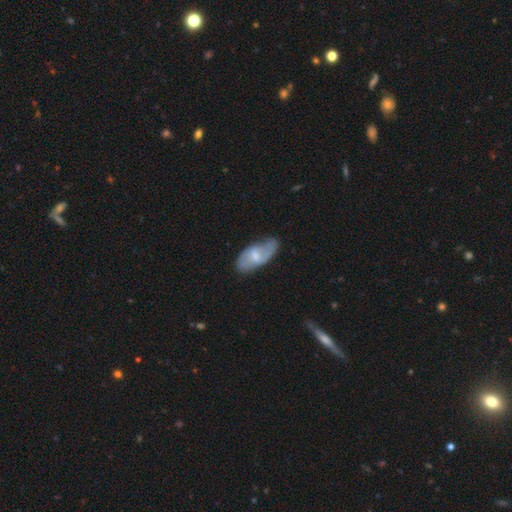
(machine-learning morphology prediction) Smooth or featured? Predicted: featured or disk (p=0.52). Edge-on disk? Predicted: no (p=0.91). Merging? Predicted: none (p=0.64).